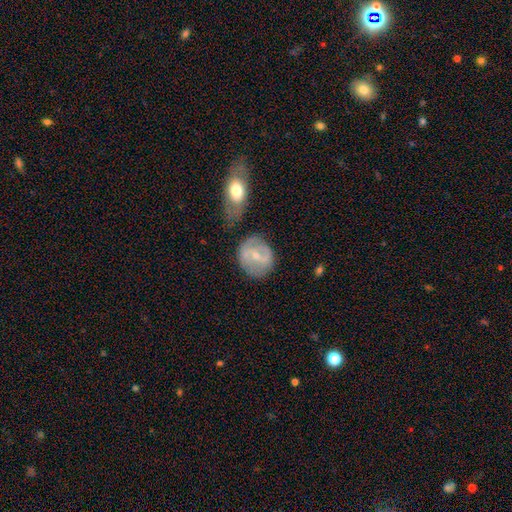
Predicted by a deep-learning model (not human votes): smooth_or_featured: featured or disk (p=0.57) [alt: smooth p=0.37]
disk_edge_on: no (p=0.95) [alt: yes p=0.05]
bar: weak (p=0.45) [alt: strong p=0.29]
has_spiral_arms: yes (p=0.55) [alt: no p=0.45]
bulge_size: small (p=0.58) [alt: moderate p=0.37]
merging: none (p=0.65) [alt: minor disturbance p=0.19]